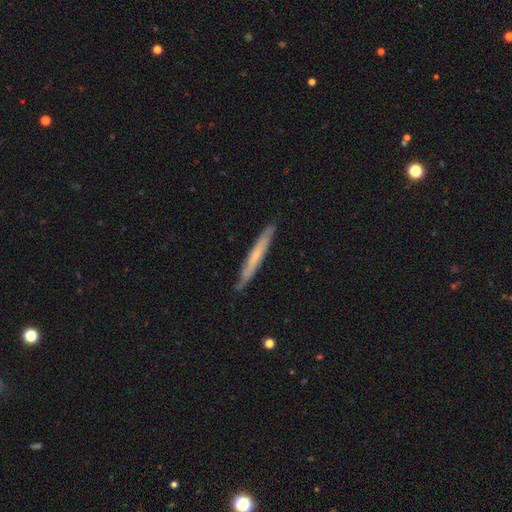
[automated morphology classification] This appears to be a featured or disk galaxy (50%) viewed edge-on (87%). Merging: none (85%).